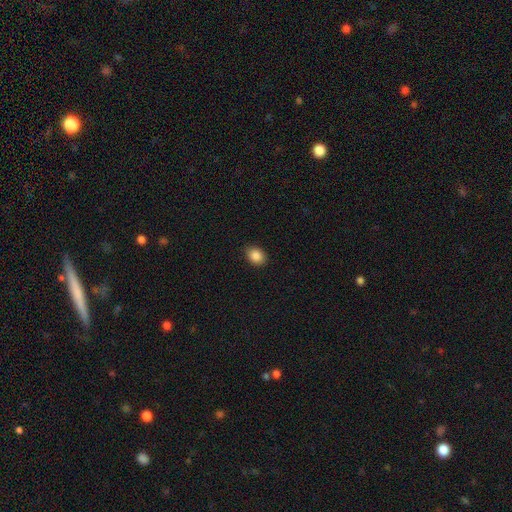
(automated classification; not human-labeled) The model was most divided on "how rounded": in between: 62%, round: 37%, cigar-shaped: 1%. More confident: smooth or featured — smooth (87%); merging — none (87%).